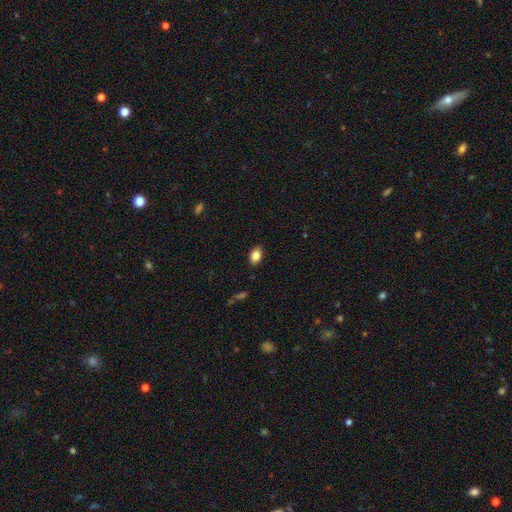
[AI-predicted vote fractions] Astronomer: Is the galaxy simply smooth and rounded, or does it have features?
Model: smooth — 83%.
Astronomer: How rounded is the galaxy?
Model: in between — 84%.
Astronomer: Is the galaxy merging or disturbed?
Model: none — 87%.